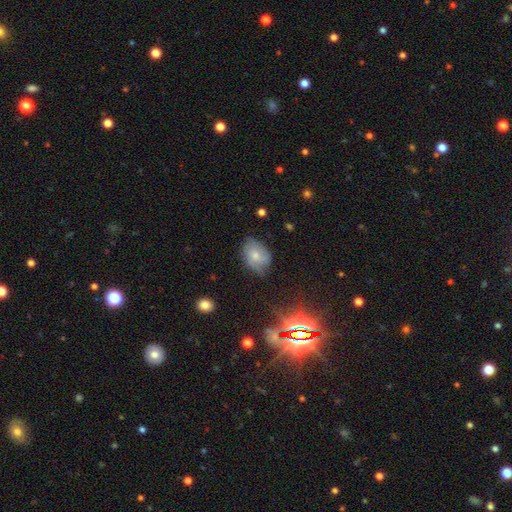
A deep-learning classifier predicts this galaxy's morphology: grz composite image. It shows a smooth galaxy with no disk features (58%) that is in between round and cigar-shaped (73%). Merging: none (57%).